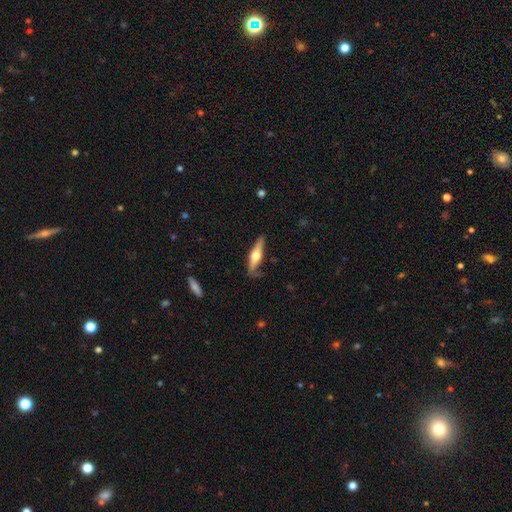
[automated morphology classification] Q: Smooth or featured?
A: featured or disk (57%); runner-up: smooth (38%)
Q: Edge-on disk?
A: yes (92%); runner-up: no (8%)
Q: Edge-on bulge?
A: rounded (92%); runner-up: boxy (5%)
Q: Merging?
A: none (71%); runner-up: minor disturbance (21%)